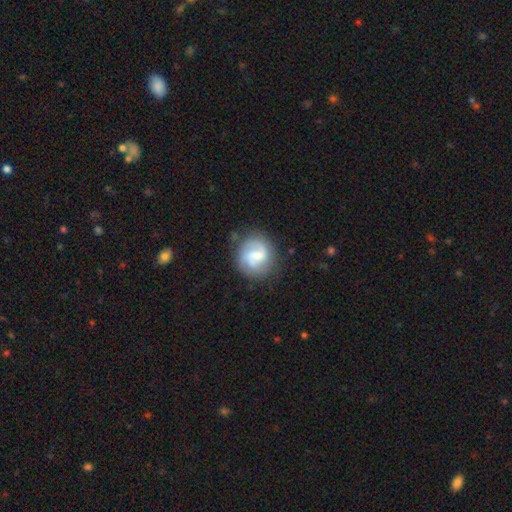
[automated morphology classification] featured or disk 67%, smooth 26%, star or artifact 7%. Down the decision tree: edge-on disk — no (98%); bar — weak (55%); spiral arms — yes (91%); spiral arm count — 2 (74%); spiral winding — medium (46%); bulge size — small (40%); merging — none (74%).